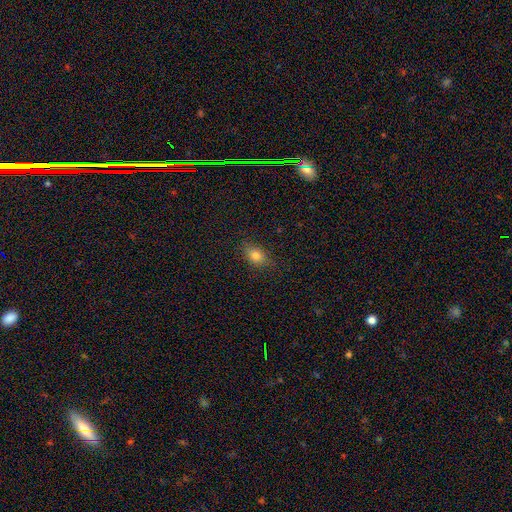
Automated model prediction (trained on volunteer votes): This is clearly a smooth galaxy (81%). How rounded: likely in between (77%). Merging: clearly none (83%).